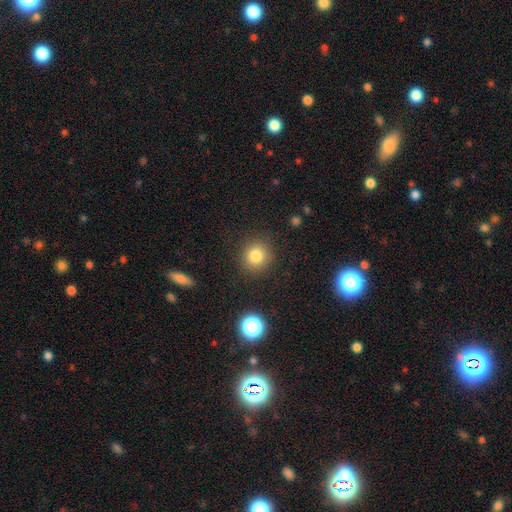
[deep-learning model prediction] This is clearly a smooth galaxy (81%). How rounded: clearly round (89%). Merging: clearly none (88%).